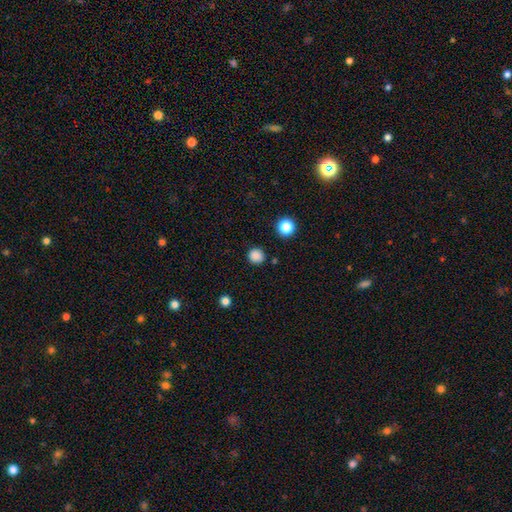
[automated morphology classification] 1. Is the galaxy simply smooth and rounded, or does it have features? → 85% smooth, 12% star or artifact, 3% featured or disk.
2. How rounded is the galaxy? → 93% round, 6% in between, 1% cigar-shaped.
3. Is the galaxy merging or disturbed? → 89% none, 6% minor disturbance, 2% major disturbance, 2% merger.